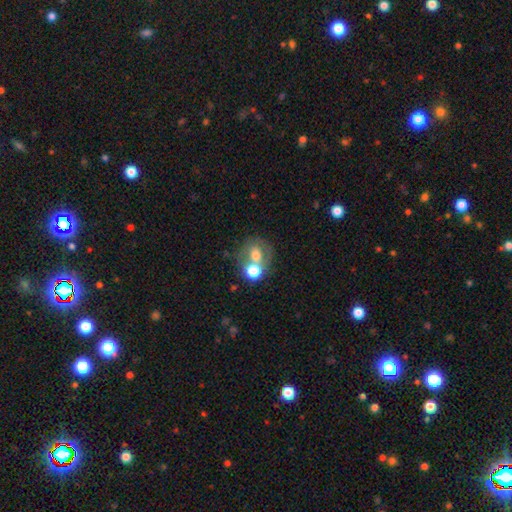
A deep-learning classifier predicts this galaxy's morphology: Overall: smooth (60%; featured or disk 28%). How rounded: round (64%; in between 35%). Merging: merger (49%; none 34%).